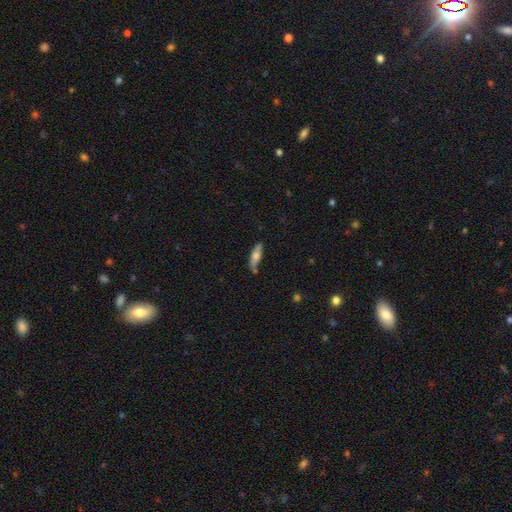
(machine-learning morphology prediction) Smooth or featured: smooth — 63% (featured or disk — 30%)
How rounded: cigar-shaped — 57% (in between — 41%)
Merging: none — 72% (minor disturbance — 19%)